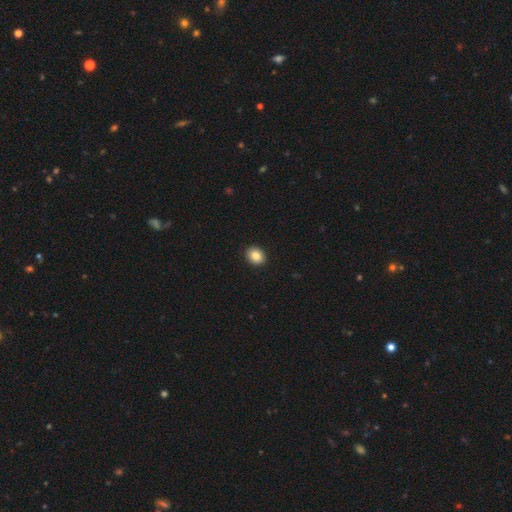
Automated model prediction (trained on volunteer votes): The model was most divided on "how rounded": round: 50%, in between: 49%, cigar-shaped: 1%. More confident: merging — none (92%); smooth or featured — smooth (87%).